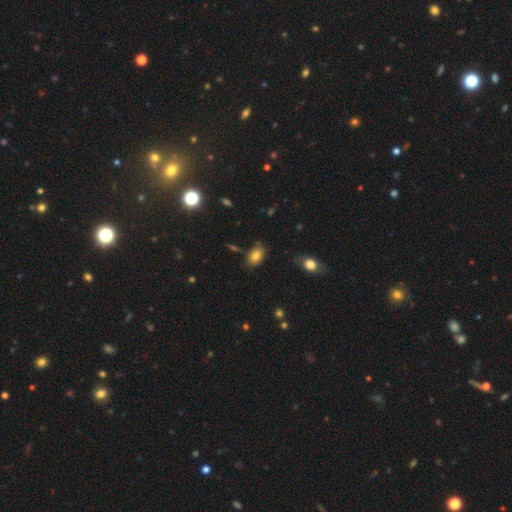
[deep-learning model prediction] The model was most divided on "merging": none: 80%, minor disturbance: 14%, major disturbance: 3%, merger: 3%. More confident: how rounded — in between (85%); smooth or featured — smooth (81%).